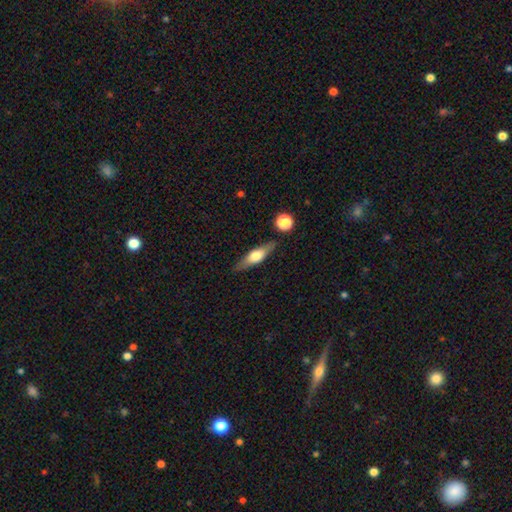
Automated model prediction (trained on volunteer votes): smooth-or-featured: featured or disk: 51% | smooth: 42% | star or artifact: 7%
  disk-edge-on: yes: 91% | no: 9%
  merging: none: 83% | minor disturbance: 11% | merger: 4% | major disturbance: 3%